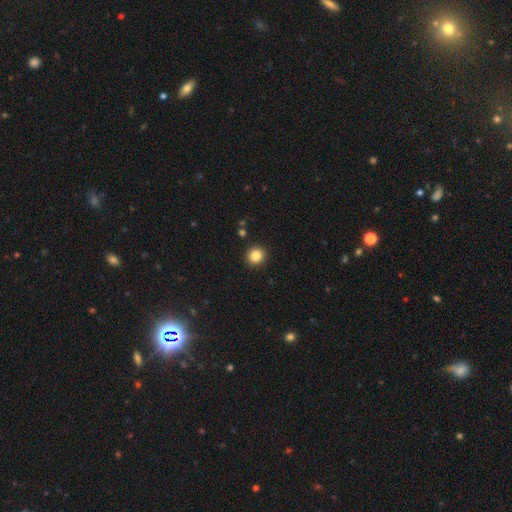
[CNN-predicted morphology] A smooth galaxy with no disk features (85%) that is round (92%).

Vote fractions:
- Smooth or featured? smooth: 85% / star or artifact: 10% / featured or disk: 4%
- How rounded? round: 92% / in between: 7% / cigar-shaped: 1%
- Merging? none: 92% / minor disturbance: 5% / major disturbance: 2% / merger: 1%